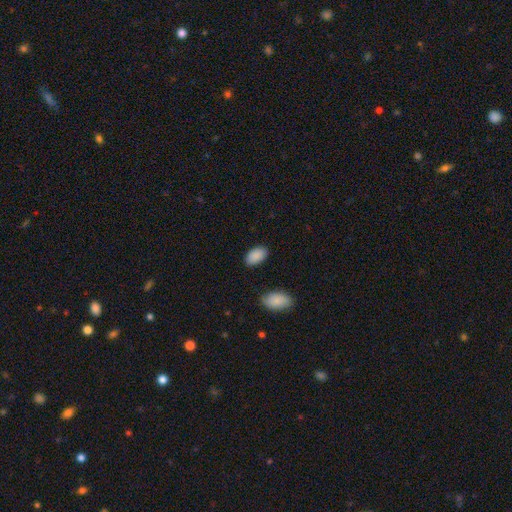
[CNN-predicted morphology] smooth 89%, star or artifact 7%, featured or disk 4%. Down the decision tree: how rounded — in between (94%); merging — none (85%).